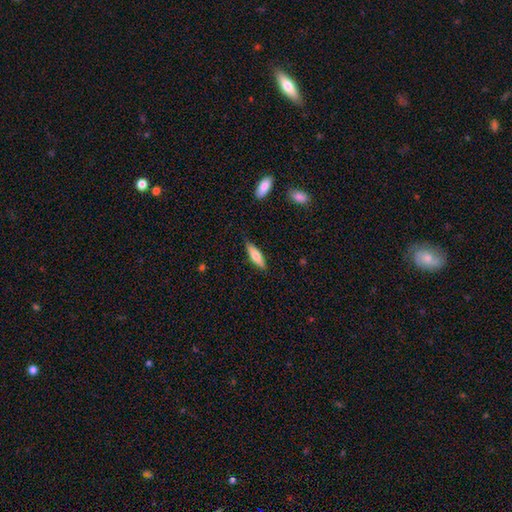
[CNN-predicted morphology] smooth_or_featured: smooth (p=0.70) [alt: featured or disk p=0.24]
how_rounded: cigar-shaped (p=0.59) [alt: in between p=0.39]
merging: none (p=0.85) [alt: minor disturbance p=0.11]